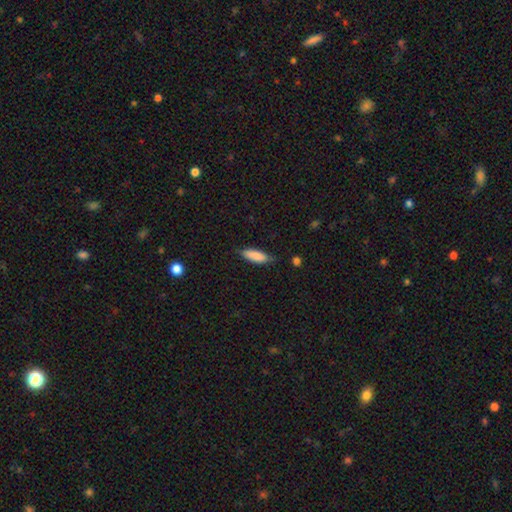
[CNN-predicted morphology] Smooth or featured? smooth (86%)
How rounded? in between (60%)
Merging? none (76%)